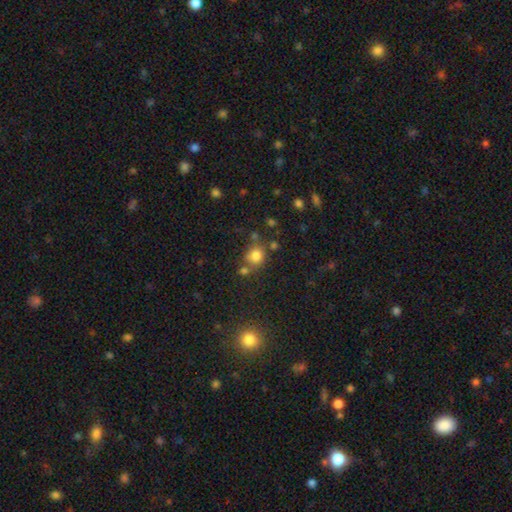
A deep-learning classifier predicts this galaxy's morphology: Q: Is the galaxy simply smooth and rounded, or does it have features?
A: smooth — 78%.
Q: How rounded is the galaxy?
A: round — 78%.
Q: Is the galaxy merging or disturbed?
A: none — 61%.